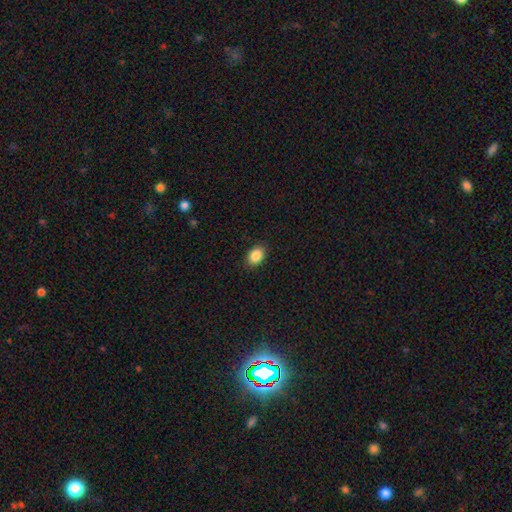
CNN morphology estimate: Q: Smooth or featured?
A: smooth (88%); runner-up: star or artifact (8%)
Q: How rounded?
A: in between (76%); runner-up: round (23%)
Q: Merging?
A: none (89%); runner-up: minor disturbance (8%)